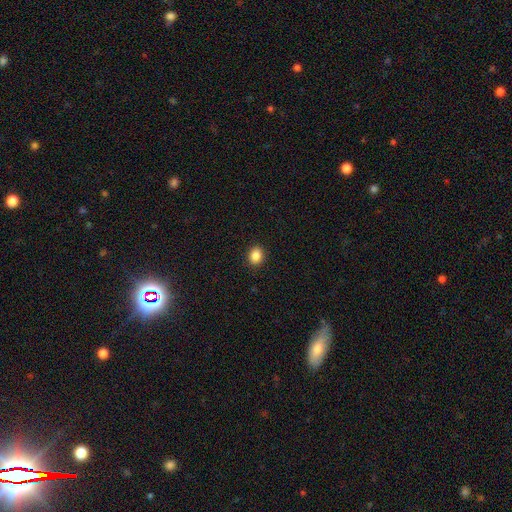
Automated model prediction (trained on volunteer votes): Q: Smooth or featured?
A: smooth (86%); runner-up: star or artifact (10%)
Q: How rounded?
A: round (58%); runner-up: in between (41%)
Q: Merging?
A: none (92%); runner-up: minor disturbance (6%)